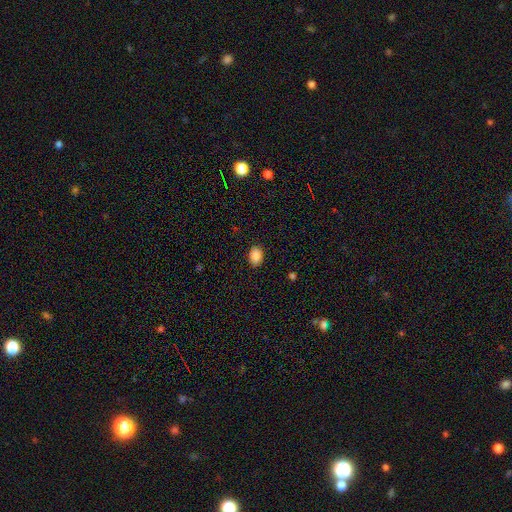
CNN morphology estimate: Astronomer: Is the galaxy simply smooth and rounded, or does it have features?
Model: smooth — 89%.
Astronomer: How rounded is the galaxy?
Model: in between — 76%.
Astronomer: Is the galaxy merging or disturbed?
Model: none — 88%.